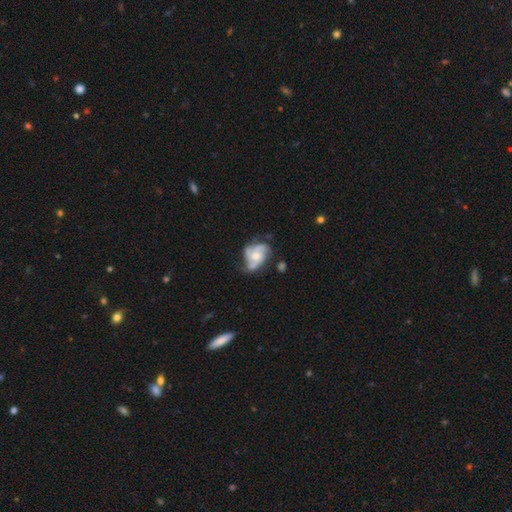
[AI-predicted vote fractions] Smooth or featured? featured or disk (76%)
Edge-on disk? no (98%)
Bar? no (70%)
Spiral arms? yes (90%)
Spiral winding? medium (47%)
Spiral arm count? 3 (55%)
Bulge size? moderate (50%)
Merging? none (48%)